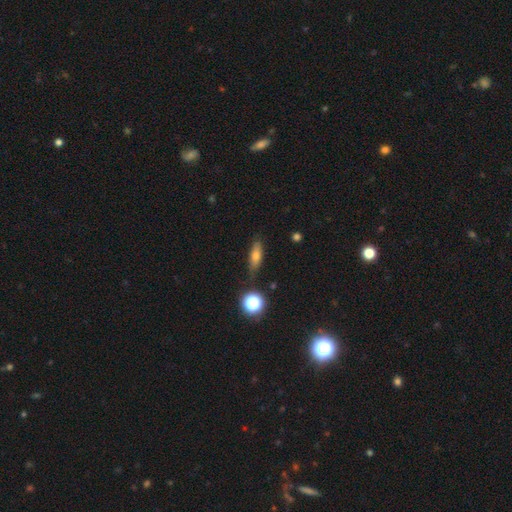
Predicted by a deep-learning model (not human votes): Smooth or featured? Predicted: smooth (p=0.66). How rounded? Predicted: in between (p=0.51). Merging? Predicted: none (p=0.81).